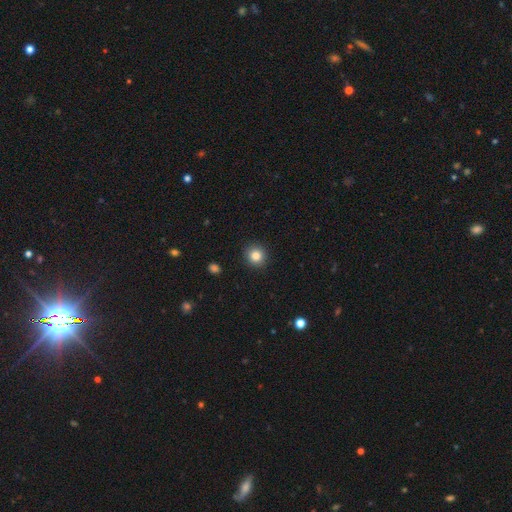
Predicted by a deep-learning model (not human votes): smooth_or_featured: smooth (p=0.84) [alt: star or artifact p=0.10]
how_rounded: round (p=0.93) [alt: in between p=0.06]
merging: none (p=0.92) [alt: minor disturbance p=0.05]